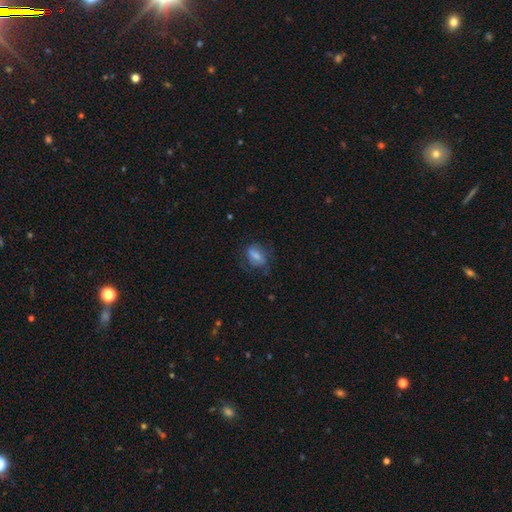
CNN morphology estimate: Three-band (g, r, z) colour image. It shows a smooth galaxy with no disk features (62%) that is in between round and cigar-shaped (76%). Merging: none (58%).